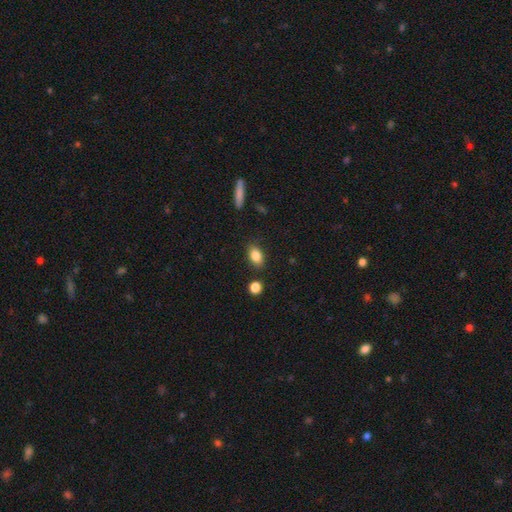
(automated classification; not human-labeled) Morphology: type=smooth (84%); roundness=in between (83%); merging=none (84%).